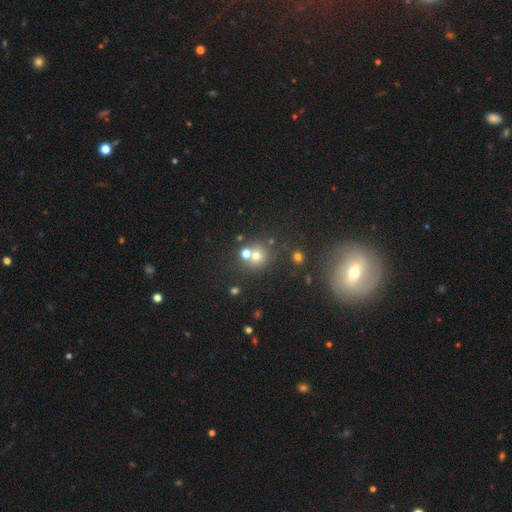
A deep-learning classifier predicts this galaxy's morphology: A smooth galaxy with no disk features (67%) that is round (87%).

Vote fractions:
- Smooth or featured? smooth: 67% / star or artifact: 20% / featured or disk: 14%
- How rounded? round: 87% / in between: 12% / cigar-shaped: 1%
- Merging? none: 57% / merger: 31% / minor disturbance: 8% / major disturbance: 4%